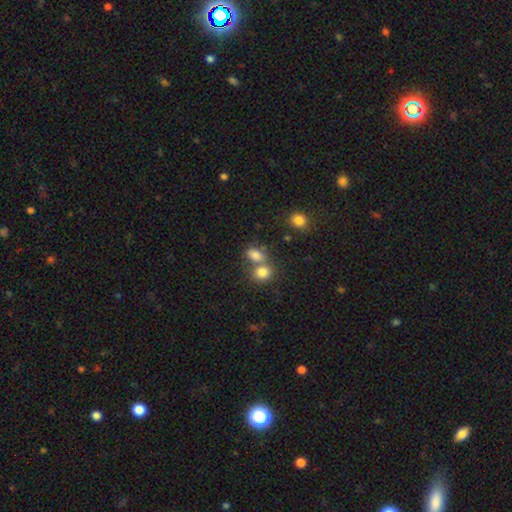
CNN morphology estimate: A smooth galaxy with no disk features (80%) that is in between round and cigar-shaped (71%).

Vote fractions:
- Smooth or featured? smooth: 80% / star or artifact: 12% / featured or disk: 9%
- How rounded? in between: 71% / round: 26% / cigar-shaped: 2%
- Merging? merger: 46% / none: 40% / minor disturbance: 10% / major disturbance: 4%